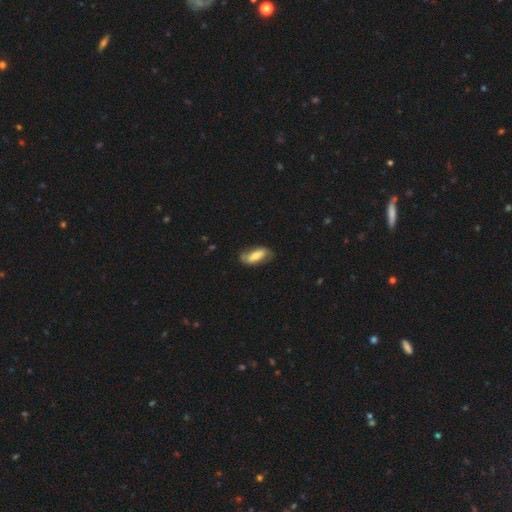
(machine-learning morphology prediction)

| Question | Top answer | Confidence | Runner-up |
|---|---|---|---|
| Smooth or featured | smooth | 58% | featured or disk (35%) |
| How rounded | in between | 79% | cigar-shaped (18%) |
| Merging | none | 63% | minor disturbance (26%) |